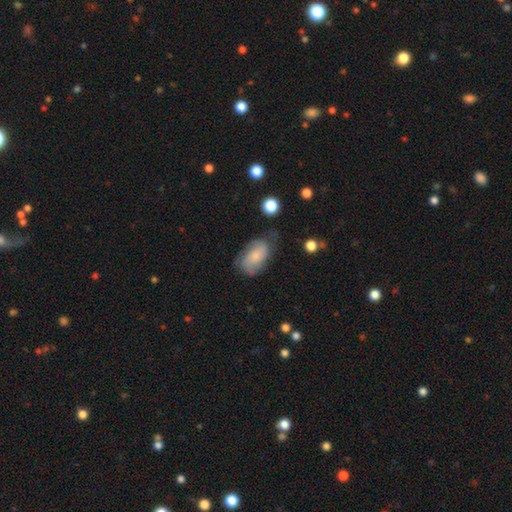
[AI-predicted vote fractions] smooth-or-featured: smooth: 58% | featured or disk: 35% | star or artifact: 8%
  how-rounded: in between: 91% | round: 7% | cigar-shaped: 2%
  merging: none: 54% | minor disturbance: 31% | major disturbance: 13% | merger: 3%